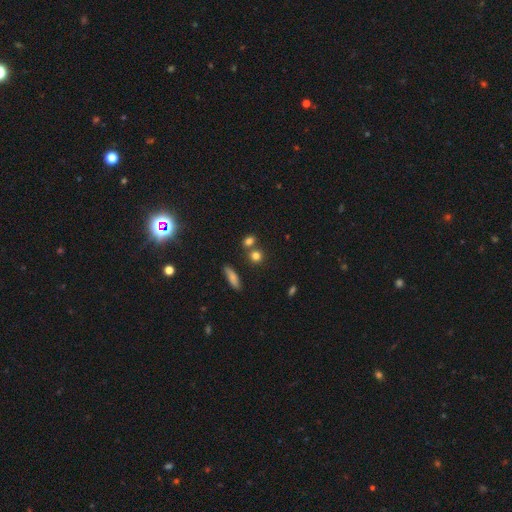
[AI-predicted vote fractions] Q: Smooth or featured?
A: smooth (78%); runner-up: star or artifact (14%)
Q: How rounded?
A: round (75%); runner-up: in between (21%)
Q: Merging?
A: none (62%); runner-up: merger (26%)